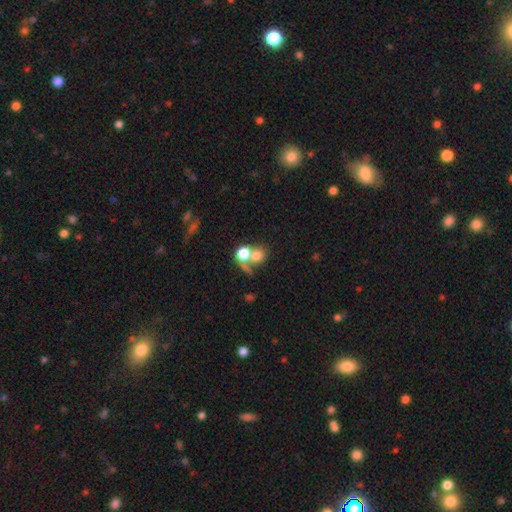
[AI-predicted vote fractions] smooth-or-featured: smooth: 69% | featured or disk: 18% | star or artifact: 13%
  how-rounded: round: 69% | in between: 29% | cigar-shaped: 2%
  merging: merger: 55% | none: 27% | major disturbance: 10% | minor disturbance: 8%